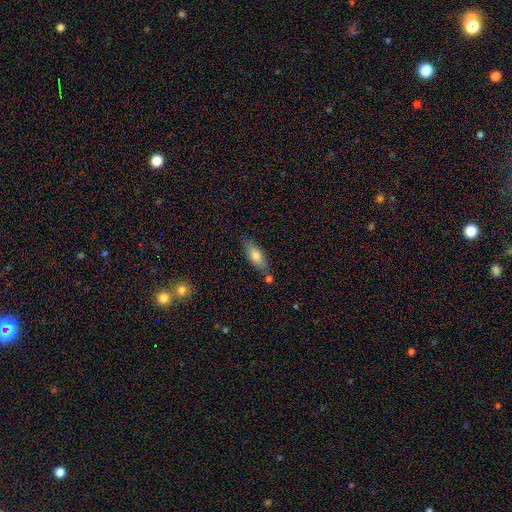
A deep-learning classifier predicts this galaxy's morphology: smooth-or-featured: smooth: 74% | featured or disk: 19% | star or artifact: 7%
  how-rounded: in between: 73% | cigar-shaped: 24% | round: 3%
  merging: none: 73% | minor disturbance: 16% | merger: 9% | major disturbance: 3%